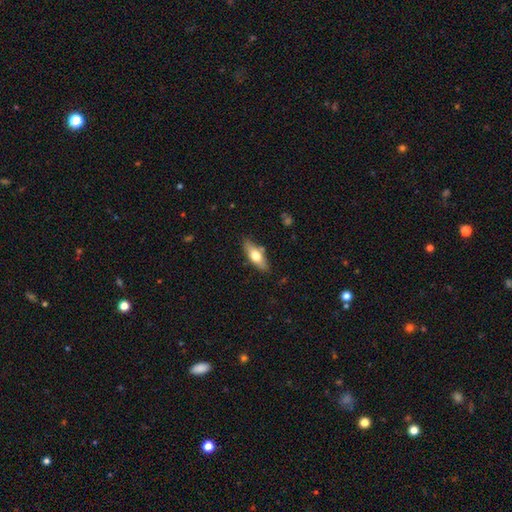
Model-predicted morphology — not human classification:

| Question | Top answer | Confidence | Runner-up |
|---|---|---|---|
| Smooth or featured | smooth | 58% | featured or disk (36%) |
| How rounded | in between | 57% | cigar-shaped (40%) |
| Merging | none | 80% | minor disturbance (13%) |